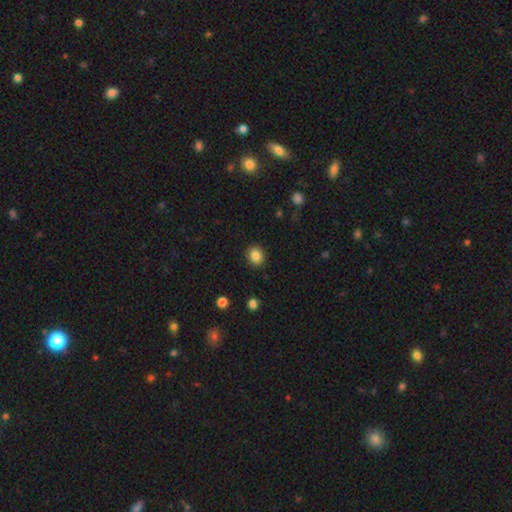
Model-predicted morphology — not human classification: smooth 85%, star or artifact 10%, featured or disk 5%. Down the decision tree: how rounded — round (75%); merging — none (90%).